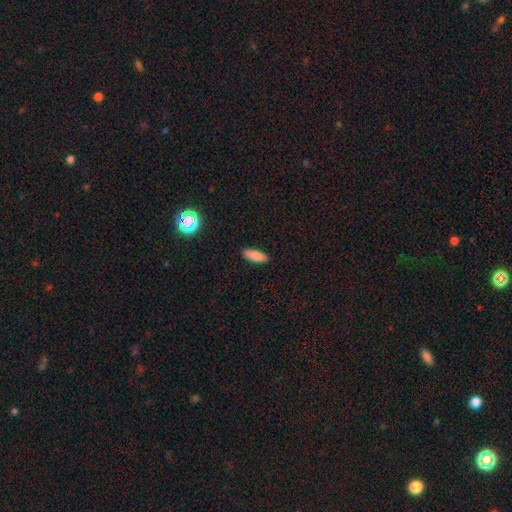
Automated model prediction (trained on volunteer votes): This appears to be a smooth galaxy with no disk features (86%) that is in between round and cigar-shaped (70%). Merging: none (88%).